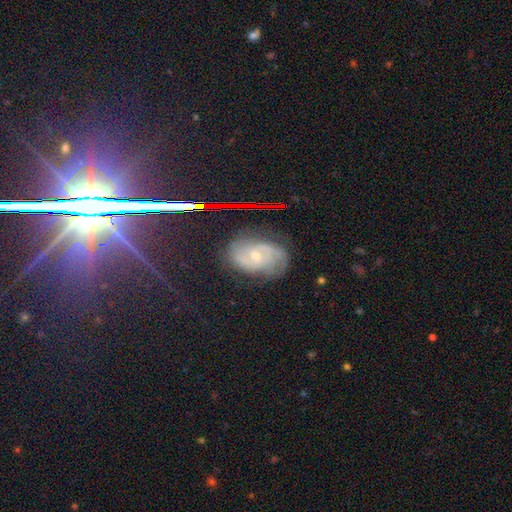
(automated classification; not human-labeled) This appears to be a featured or disk galaxy (74%) with no bar (56%), 2 (41%) tight (51%) spiral arms (94%) and a small central bulge (65%). Merging: none (72%).